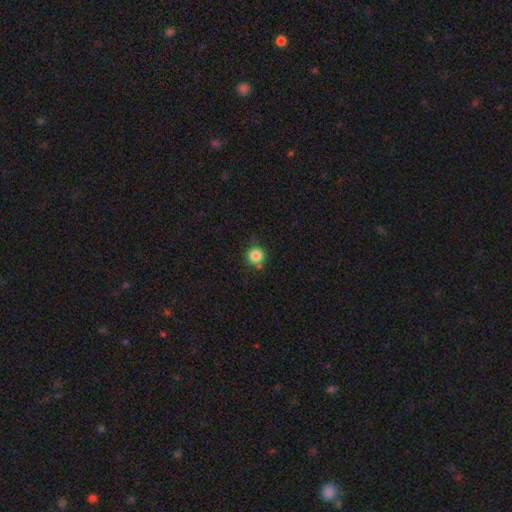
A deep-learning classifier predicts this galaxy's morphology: Overall: smooth (85%). How rounded: round (94%). Merging: none (78%).